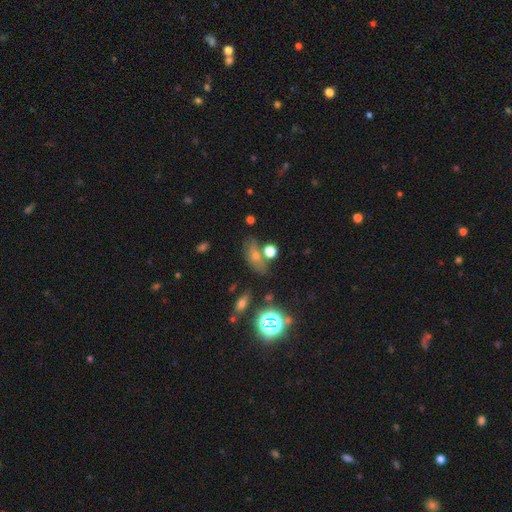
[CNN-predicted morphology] smooth_or_featured: smooth (p=0.45) [alt: star or artifact p=0.33]
merging: none (p=0.62) [alt: minor disturbance p=0.16]